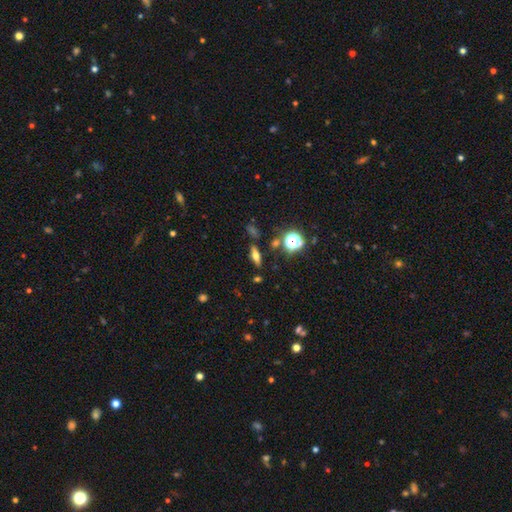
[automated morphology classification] smooth_or_featured: smooth (p=0.45) [alt: featured or disk p=0.37]
merging: none (p=0.82) [alt: minor disturbance p=0.10]